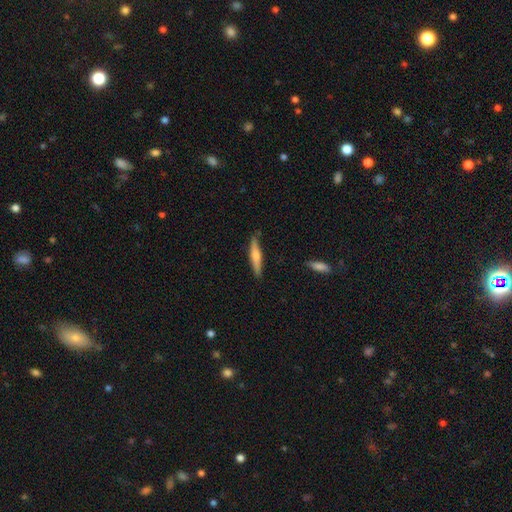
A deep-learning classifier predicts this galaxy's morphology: A smooth galaxy with no disk features (52%) that is cigar-shaped (88%).

Vote fractions:
- Smooth or featured? smooth: 52% / featured or disk: 42% / star or artifact: 5%
- How rounded? cigar-shaped: 88% / in between: 10% / round: 2%
- Merging? none: 84% / minor disturbance: 12% / major disturbance: 2% / merger: 2%